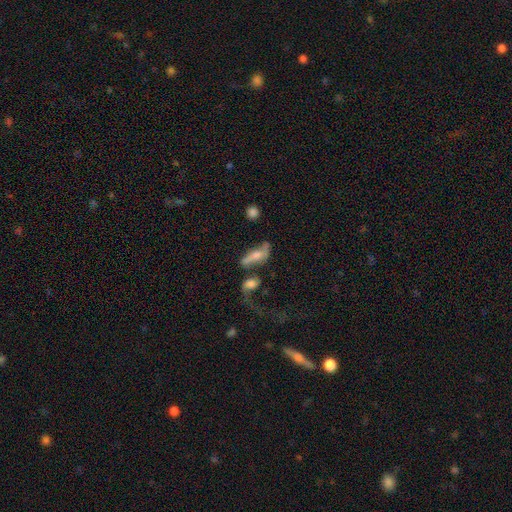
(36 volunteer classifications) Q: Smooth or featured?
A: smooth (47%); tied with: featured or disk (47%)
Q: How rounded?
A: in between (53%); runner-up: cigar-shaped (47%)
Q: Merging?
A: none (32%); runner-up: minor disturbance (26%)